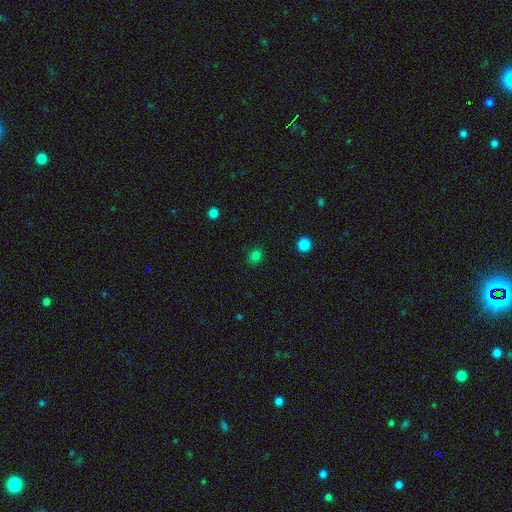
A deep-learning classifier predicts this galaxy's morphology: smooth_or_featured: smooth (p=0.80) [alt: star or artifact p=0.16]
how_rounded: round (p=0.63) [alt: in between p=0.36]
merging: none (p=0.88) [alt: minor disturbance p=0.08]